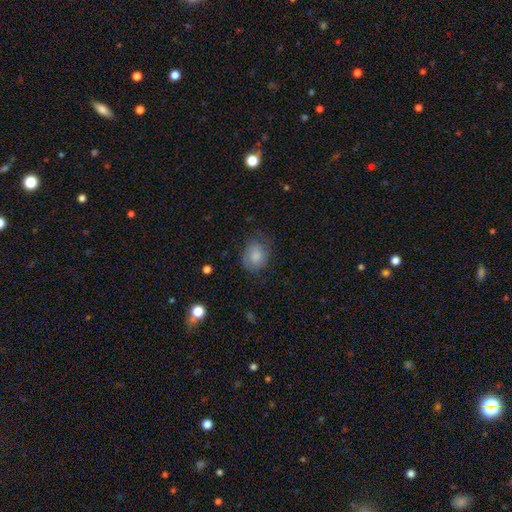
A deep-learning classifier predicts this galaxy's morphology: type=smooth (81%); roundness=in between (53%); merging=none (62%).